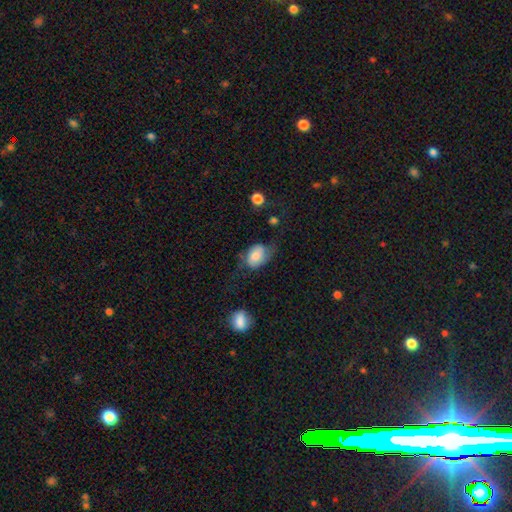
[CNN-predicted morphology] A smooth galaxy with no disk features (67%) that is in between round and cigar-shaped (81%).

Vote fractions:
- Smooth or featured? smooth: 67% / featured or disk: 25% / star or artifact: 8%
- How rounded? in between: 81% / round: 18% / cigar-shaped: 1%
- Merging? none: 44% / minor disturbance: 32% / major disturbance: 20% / merger: 3%